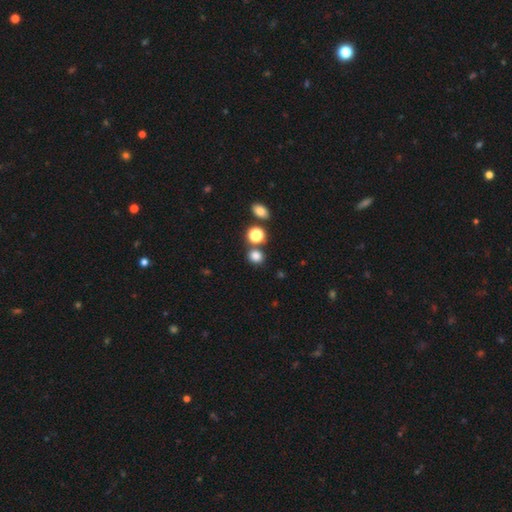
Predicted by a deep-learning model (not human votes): The model was most divided on "how rounded": round: 79%, in between: 20%, cigar-shaped: 1%. More confident: smooth or featured — smooth (80%); merging — none (76%).